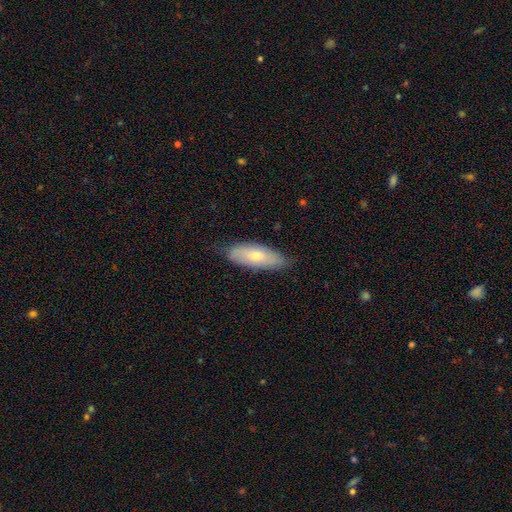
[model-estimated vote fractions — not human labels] This is likely a smooth galaxy (65%). How rounded: likely in between (73%). Merging: likely none (78%).